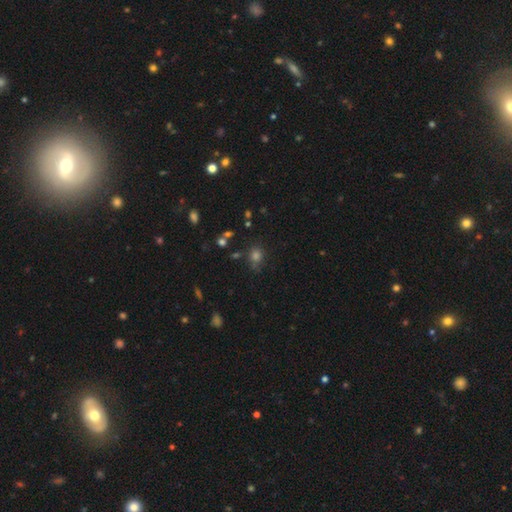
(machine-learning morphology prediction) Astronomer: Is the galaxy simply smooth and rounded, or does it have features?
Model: smooth — 69%.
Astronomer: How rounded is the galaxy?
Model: round — 71%.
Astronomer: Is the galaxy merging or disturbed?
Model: none — 71%.